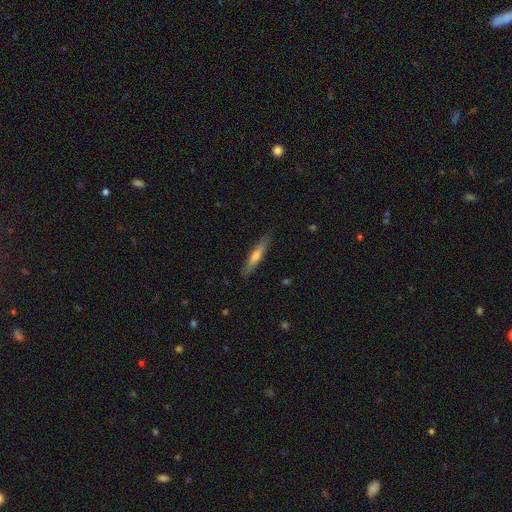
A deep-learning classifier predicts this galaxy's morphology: type=smooth (54%); roundness=cigar-shaped (89%); merging=none (87%).